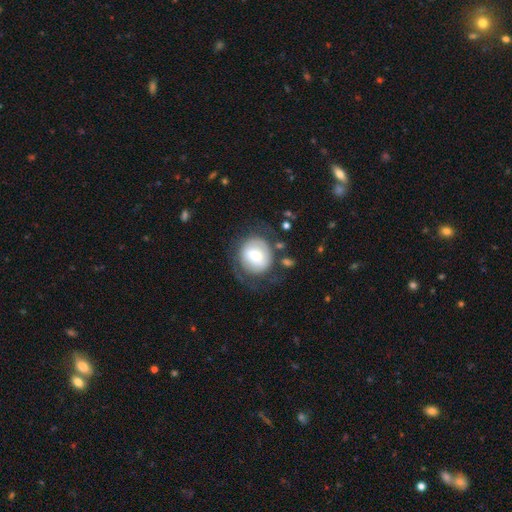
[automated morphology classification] The model was most divided on "smooth or featured": smooth: 48%, featured or disk: 45%, star or artifact: 7%. More confident: merging — none (57%).